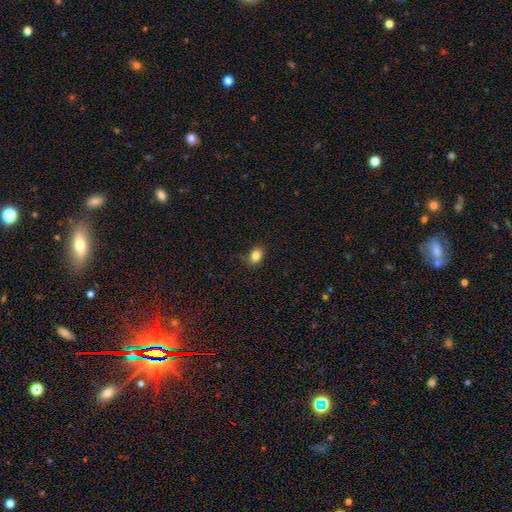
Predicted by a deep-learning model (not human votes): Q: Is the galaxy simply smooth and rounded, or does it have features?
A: smooth — 84%.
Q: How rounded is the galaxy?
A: in between — 75%.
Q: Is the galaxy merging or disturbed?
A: none — 81%.